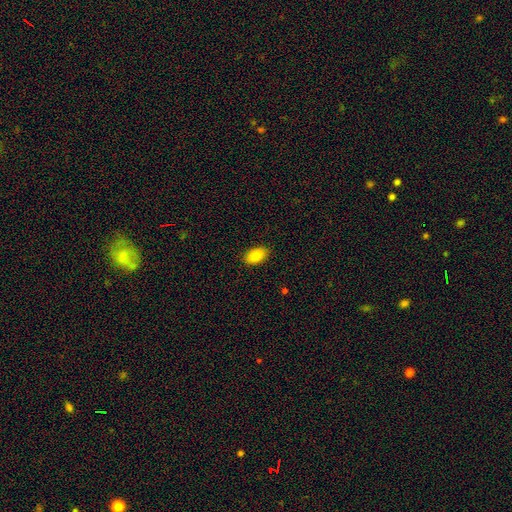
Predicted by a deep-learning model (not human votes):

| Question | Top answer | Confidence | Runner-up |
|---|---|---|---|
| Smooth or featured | smooth | 89% | star or artifact (7%) |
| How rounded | in between | 94% | round (4%) |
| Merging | none | 89% | minor disturbance (8%) |